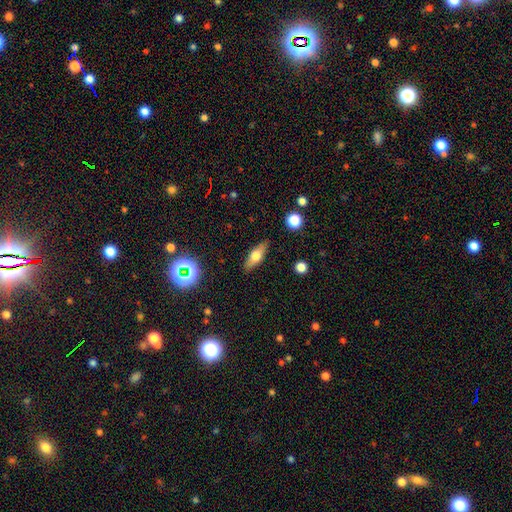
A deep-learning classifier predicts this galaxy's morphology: smooth 58%, featured or disk 34%, star or artifact 9%. Down the decision tree: how rounded — in between (60%); merging — none (86%).